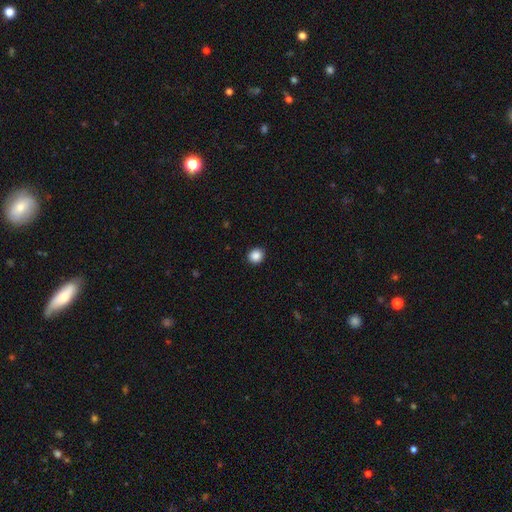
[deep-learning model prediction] A smooth galaxy with no disk features (88%) that is round (83%).

Vote fractions:
- Smooth or featured? smooth: 88% / star or artifact: 10% / featured or disk: 3%
- How rounded? round: 83% / in between: 16% / cigar-shaped: 1%
- Merging? none: 91% / minor disturbance: 6% / major disturbance: 2% / merger: 1%